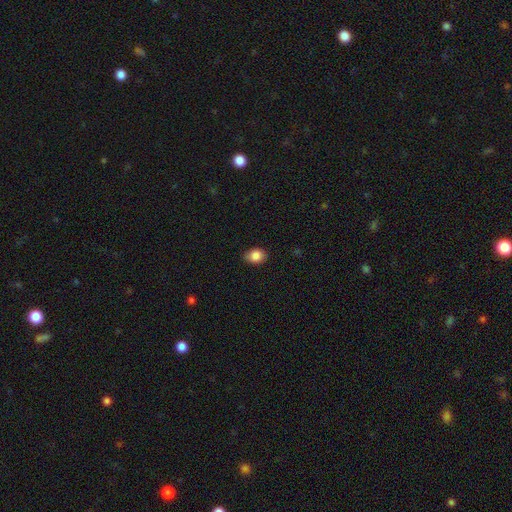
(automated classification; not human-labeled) This appears to be a smooth galaxy with no disk features (86%) that is in between round and cigar-shaped (66%). Merging: none (84%).